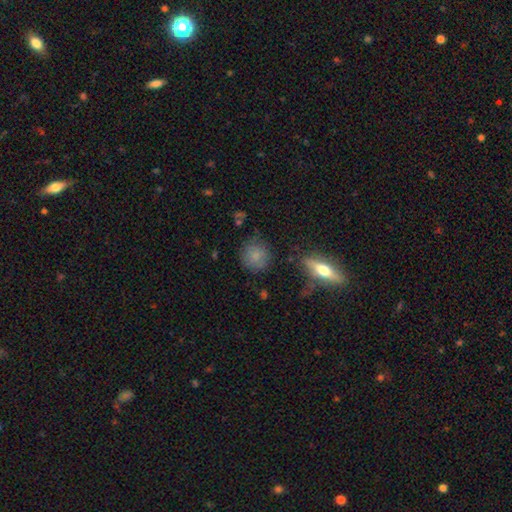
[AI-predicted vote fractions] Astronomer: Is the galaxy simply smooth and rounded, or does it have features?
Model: smooth — 80%.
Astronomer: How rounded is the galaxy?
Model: round — 88%.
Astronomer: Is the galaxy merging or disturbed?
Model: none — 79%.